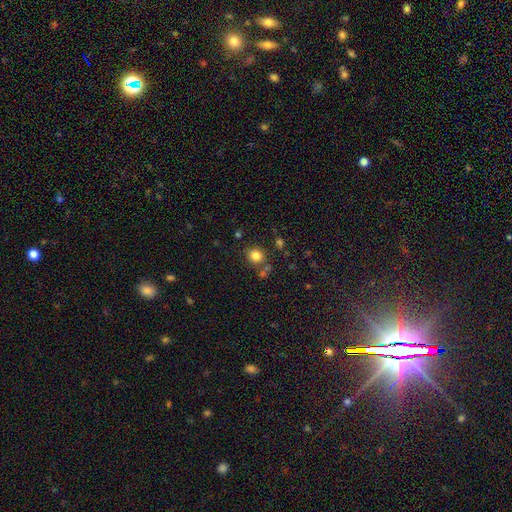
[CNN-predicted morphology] smooth 82%, star or artifact 13%, featured or disk 6%. Down the decision tree: how rounded — round (84%); merging — none (76%).